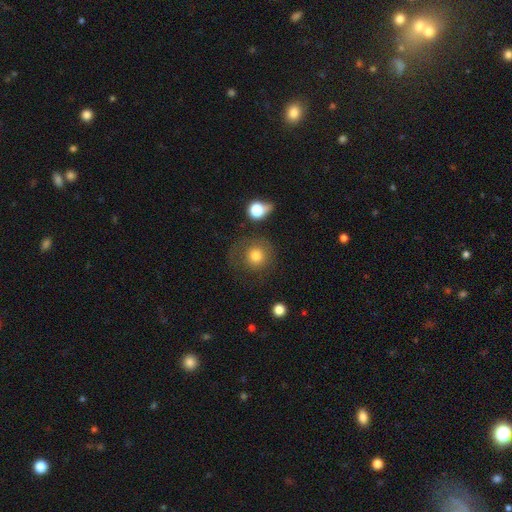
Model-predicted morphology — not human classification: This appears to be a smooth galaxy with no disk features (75%) that is round (89%). Merging: none (60%).